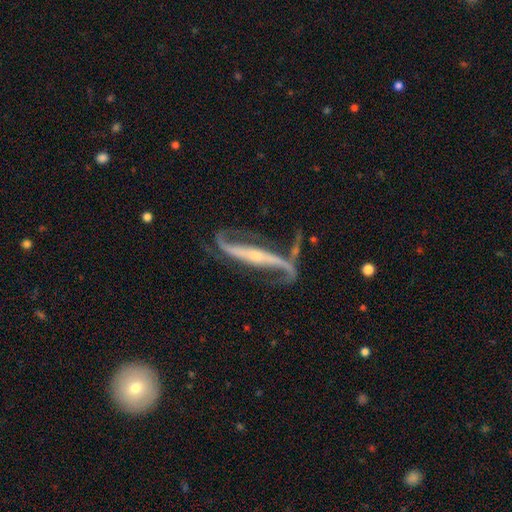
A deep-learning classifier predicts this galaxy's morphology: The model was most divided on "bar": strong: 59%, no: 24%, weak: 17%. More confident: spiral arms — yes (96%); spiral arm count — 2 (92%); smooth or featured — featured or disk (90%); edge-on disk — no (74%); bulge size — small (68%); spiral winding — loose (65%); merging — none (63%).